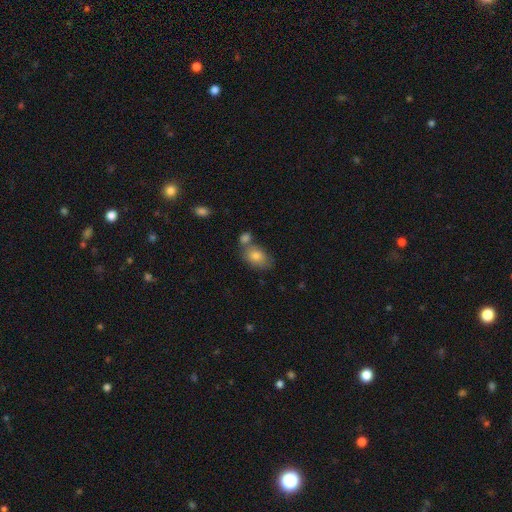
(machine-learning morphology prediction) smooth_or_featured: smooth (p=0.80) [alt: featured or disk p=0.12]
how_rounded: in between (p=0.85) [alt: round p=0.14]
merging: none (p=0.50) [alt: merger p=0.29]